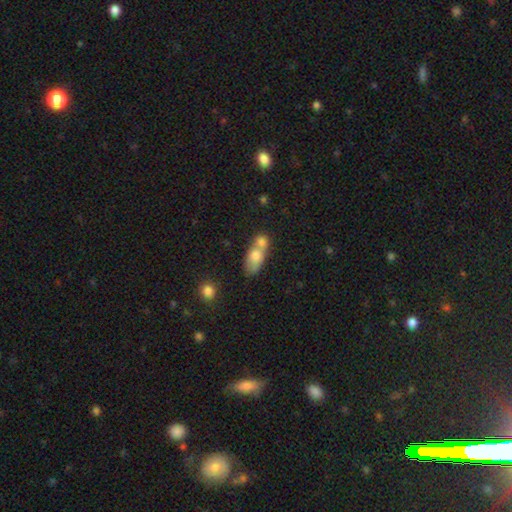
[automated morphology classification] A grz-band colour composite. It shows a smooth galaxy with no disk features (73%) that is in between round and cigar-shaped (75%). Merging: merger (61%).